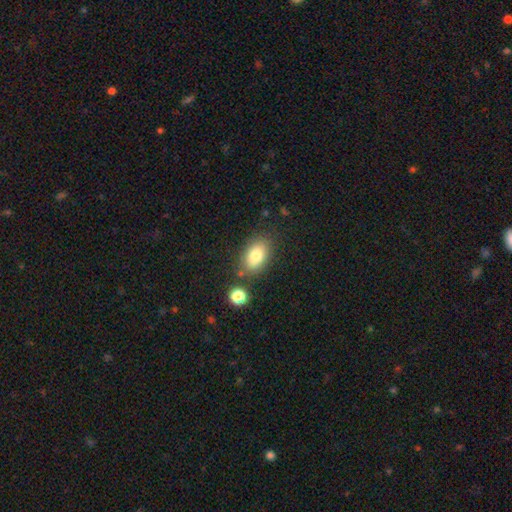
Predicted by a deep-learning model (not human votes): Morphology: type=smooth (81%); roundness=in between (87%); merging=none (76%).